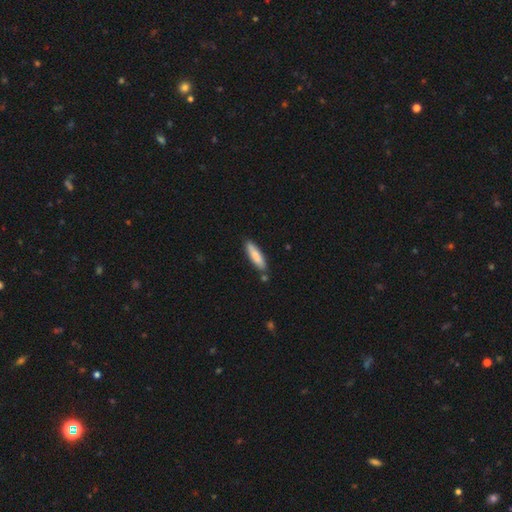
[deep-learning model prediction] Smooth or featured?
  - smooth: 82% *
  - featured or disk: 13%
  - star or artifact: 5%
How rounded?
  - cigar-shaped: 73% *
  - in between: 26%
  - round: 1%
Merging?
  - none: 81% *
  - minor disturbance: 11%
  - merger: 5%
  - major disturbance: 2%